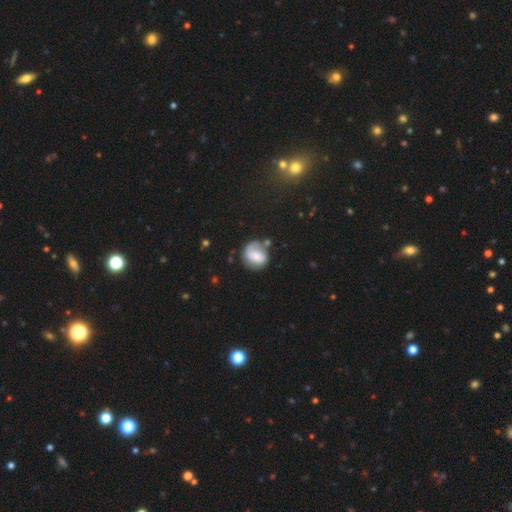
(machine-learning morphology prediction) Smooth or featured: smooth — 58% (featured or disk — 34%)
How rounded: round — 72% (in between — 27%)
Merging: none — 55% (minor disturbance — 24%)